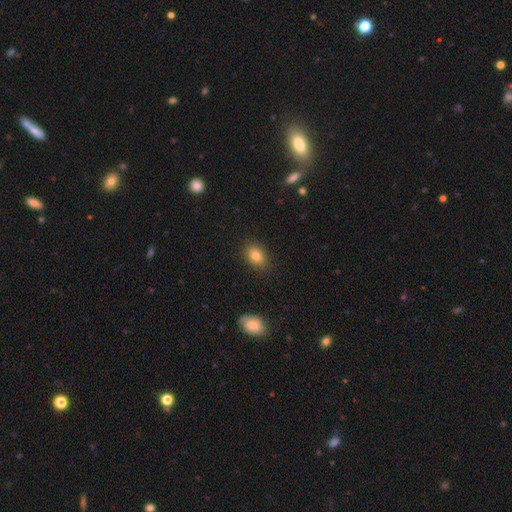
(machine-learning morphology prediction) This is clearly a smooth galaxy (82%). How rounded: likely in between (69%). Merging: clearly none (84%).